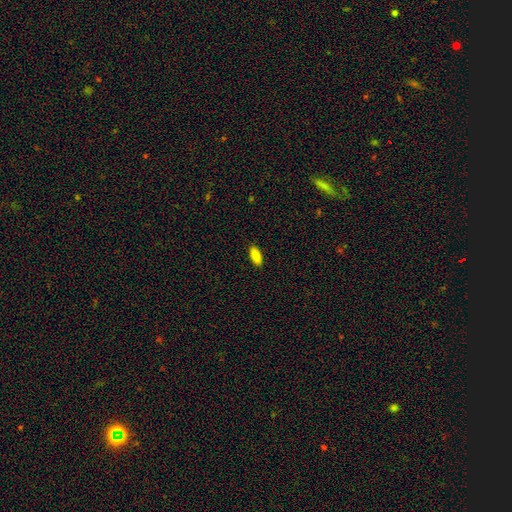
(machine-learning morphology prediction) A smooth galaxy with no disk features (87%) that is in between round and cigar-shaped (82%).

Vote fractions:
- Smooth or featured? smooth: 87% / star or artifact: 7% / featured or disk: 6%
- How rounded? in between: 82% / cigar-shaped: 16% / round: 2%
- Merging? none: 90% / minor disturbance: 7% / major disturbance: 2% / merger: 1%